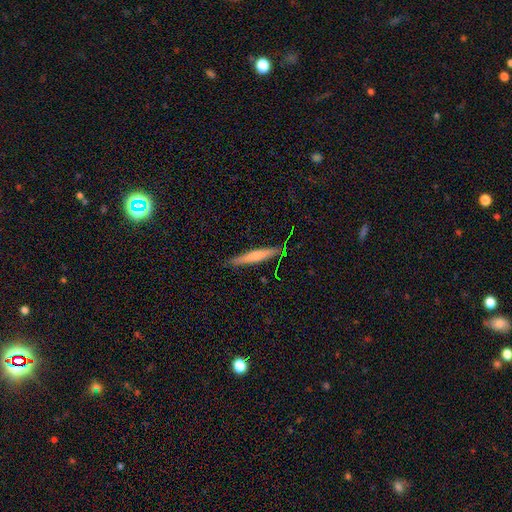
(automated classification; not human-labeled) Smooth or featured?
  - smooth: 62% *
  - featured or disk: 31%
  - star or artifact: 7%
How rounded?
  - cigar-shaped: 93% *
  - in between: 5%
  - round: 1%
Merging?
  - none: 86% *
  - minor disturbance: 10%
  - major disturbance: 2%
  - merger: 2%